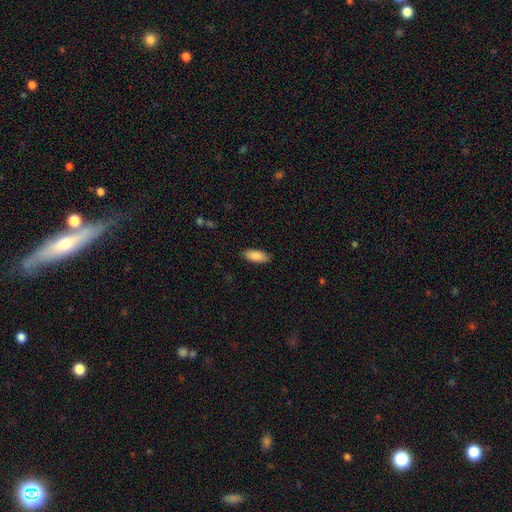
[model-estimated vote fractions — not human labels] Morphology: type=smooth (89%); roundness=in between (84%); merging=none (88%).